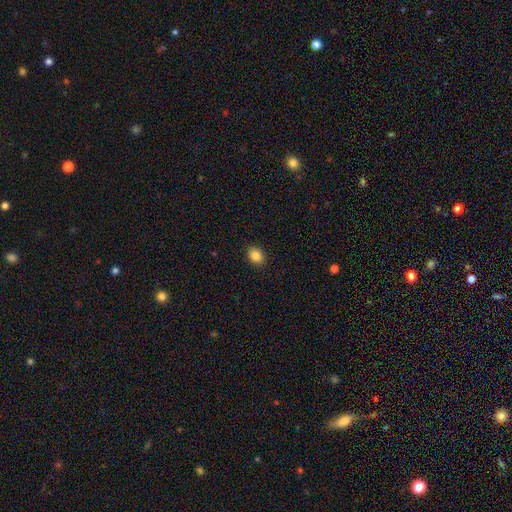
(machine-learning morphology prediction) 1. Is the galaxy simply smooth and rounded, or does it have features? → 85% smooth, 10% star or artifact, 5% featured or disk.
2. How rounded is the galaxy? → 56% in between, 44% round, 1% cigar-shaped.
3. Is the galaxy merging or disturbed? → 90% none, 7% minor disturbance, 2% major disturbance, 1% merger.